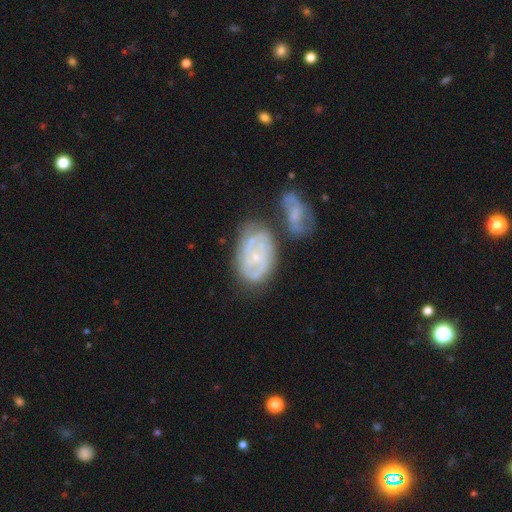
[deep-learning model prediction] Smooth or featured?
  - featured or disk: 79% *
  - smooth: 15%
  - star or artifact: 6%
Edge-on disk?
  - no: 96% *
  - yes: 4%
Bar?
  - no: 73% *
  - weak: 23%
  - strong: 5%
Spiral arms?
  - yes: 85% *
  - no: 15%
Spiral winding?
  - tight: 57% *
  - medium: 33%
  - loose: 10%
Spiral arm count?
  - can't tell: 37% *
  - 2: 30%
  - 3: 19%
  - 4: 6%
  - 1: 4%
  - more than 4: 4%
Bulge size?
  - small: 73% *
  - moderate: 21%
  - none: 3%
  - large: 1%
  - dominant: 1%
Merging?
  - none: 43% *
  - merger: 29%
  - minor disturbance: 19%
  - major disturbance: 9%